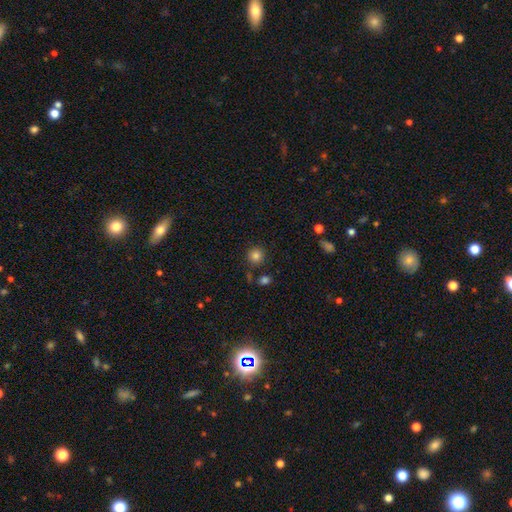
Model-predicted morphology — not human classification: This appears to be a smooth galaxy with no disk features (83%) that is round (93%). Merging: none (85%).